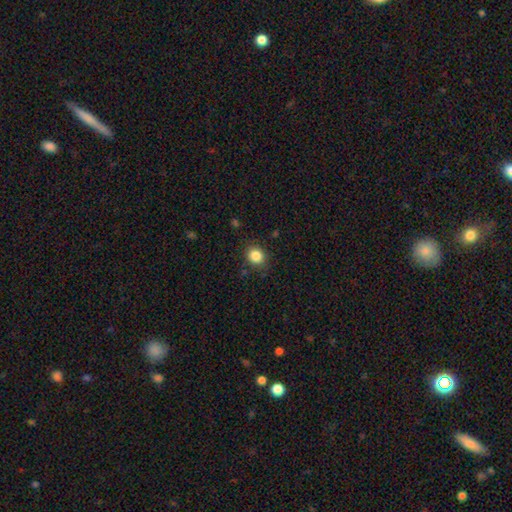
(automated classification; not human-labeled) A smooth galaxy with no disk features (85%) that is round (68%).

Vote fractions:
- Smooth or featured? smooth: 85% / star or artifact: 10% / featured or disk: 5%
- How rounded? round: 68% / in between: 31% / cigar-shaped: 1%
- Merging? none: 85% / minor disturbance: 11% / major disturbance: 3% / merger: 1%